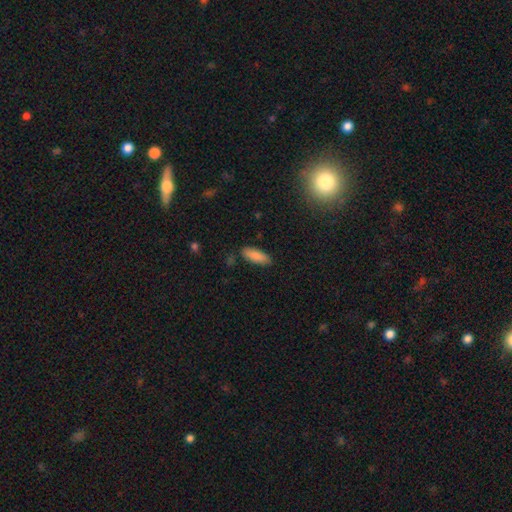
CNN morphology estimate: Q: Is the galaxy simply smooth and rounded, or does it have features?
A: smooth — 86%.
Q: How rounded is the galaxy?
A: in between — 70%.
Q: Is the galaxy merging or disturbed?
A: none — 86%.